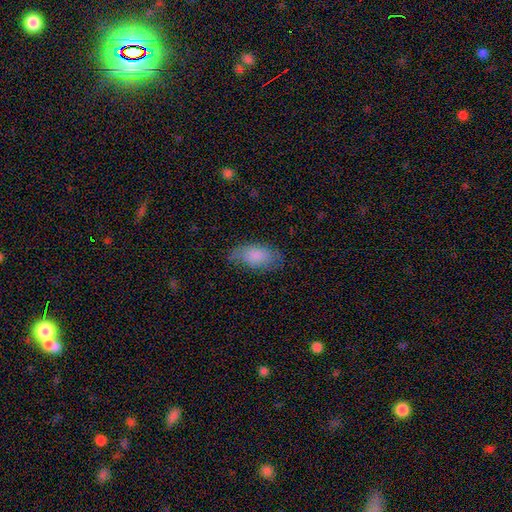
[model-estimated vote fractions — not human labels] The model was most divided on "merging": none: 67%, minor disturbance: 25%, major disturbance: 7%, merger: 1%. More confident: how rounded — in between (92%); smooth or featured — smooth (81%).